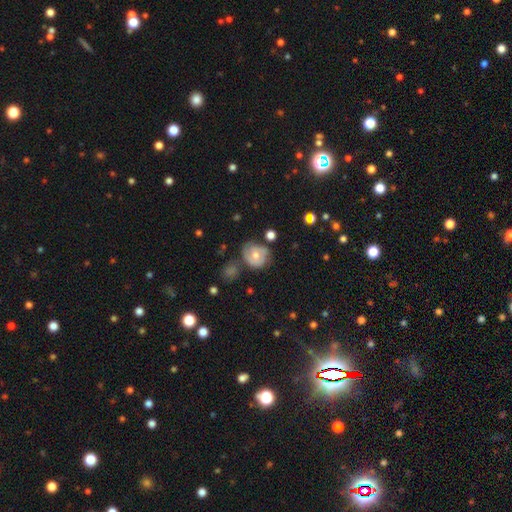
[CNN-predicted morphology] Overall: featured or disk (46%, tied with smooth). Merging: none (52%; minor disturbance 29%).